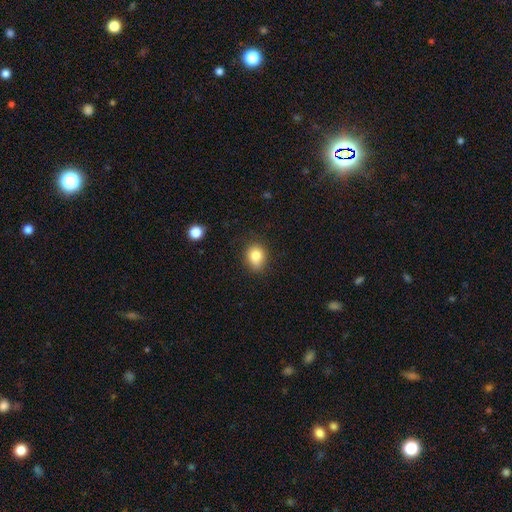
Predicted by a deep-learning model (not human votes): Morphology: type=smooth (82%); roundness=round (57%); merging=none (71%).